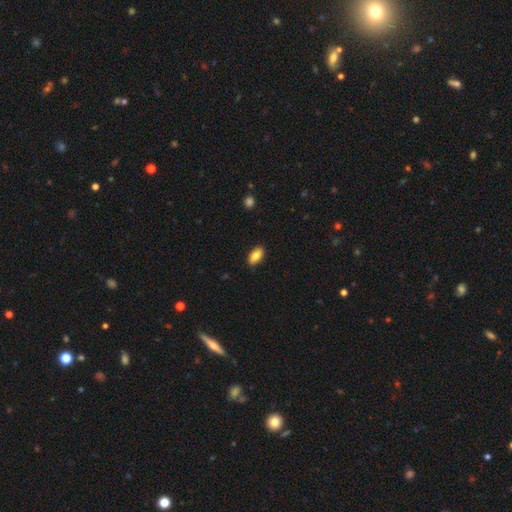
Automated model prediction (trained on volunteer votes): Smooth or featured?
  - smooth: 83% *
  - featured or disk: 10%
  - star or artifact: 7%
How rounded?
  - in between: 91% *
  - cigar-shaped: 6%
  - round: 3%
Merging?
  - none: 88% *
  - minor disturbance: 9%
  - major disturbance: 2%
  - merger: 1%